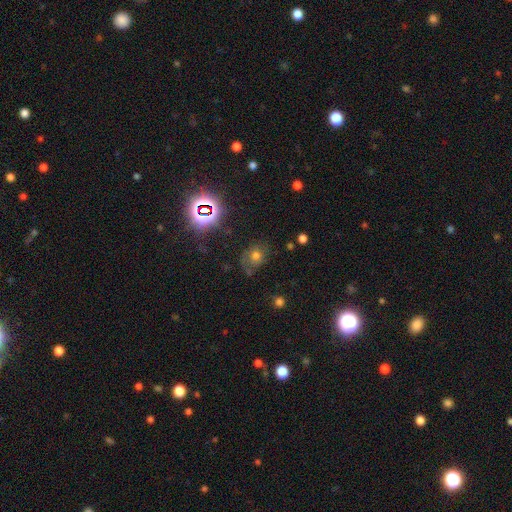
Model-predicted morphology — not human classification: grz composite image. It shows a smooth galaxy with no disk features (49%). Merging: none (60%).